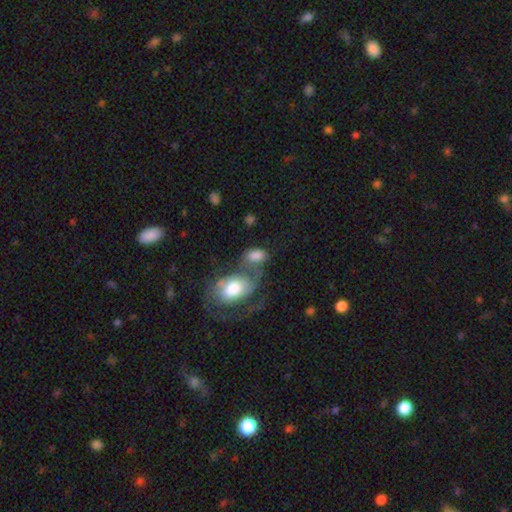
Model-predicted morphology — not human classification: A smooth galaxy with no disk features (71%) that is in between round and cigar-shaped (88%).

Vote fractions:
- Smooth or featured? smooth: 71% / featured or disk: 20% / star or artifact: 9%
- How rounded? in between: 88% / round: 10% / cigar-shaped: 2%
- Merging? merger: 47% / none: 24% / minor disturbance: 14% / major disturbance: 14%